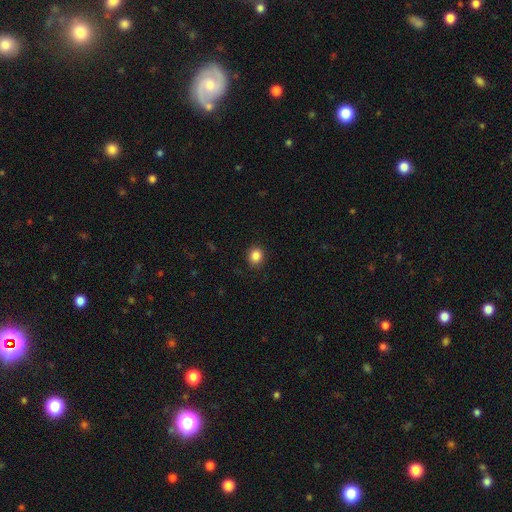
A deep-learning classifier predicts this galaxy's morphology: smooth_or_featured: smooth (p=0.86) [alt: star or artifact p=0.10]
how_rounded: round (p=0.82) [alt: in between p=0.17]
merging: none (p=0.90) [alt: minor disturbance p=0.07]